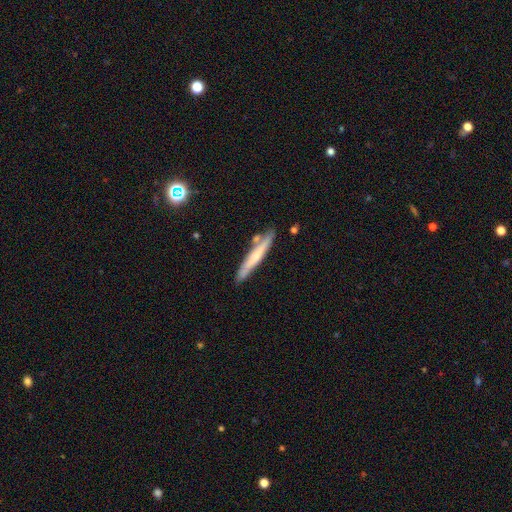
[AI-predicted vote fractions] This appears to be a smooth galaxy with no disk features (52%) that is cigar-shaped (94%). Merging: none (79%).